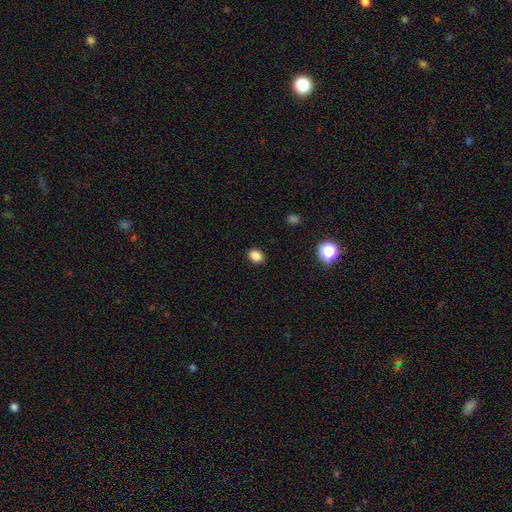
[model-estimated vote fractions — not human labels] Smooth or featured?
  - smooth: 85% *
  - star or artifact: 11%
  - featured or disk: 3%
How rounded?
  - in between: 58% *
  - round: 41%
  - cigar-shaped: 1%
Merging?
  - none: 89% *
  - minor disturbance: 7%
  - major disturbance: 2%
  - merger: 1%